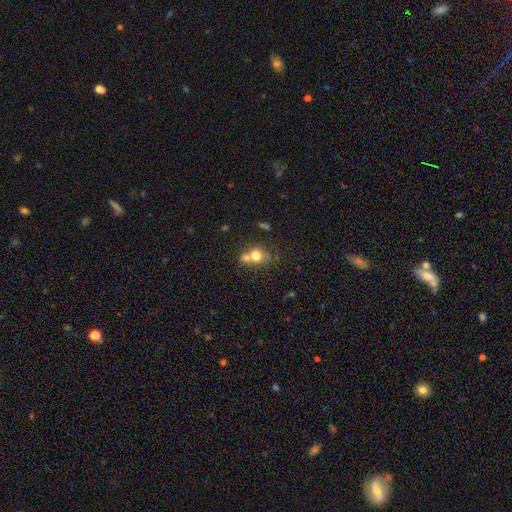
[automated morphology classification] Overall: smooth (72%). How rounded: round (75%). Merging: merger (50%; none 37%).